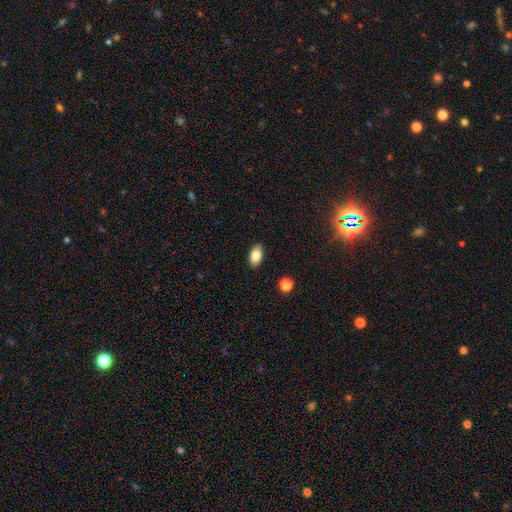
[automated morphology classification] Smooth or featured? Predicted: smooth (p=0.81). How rounded? Predicted: in between (p=0.91). Merging? Predicted: none (p=0.88).